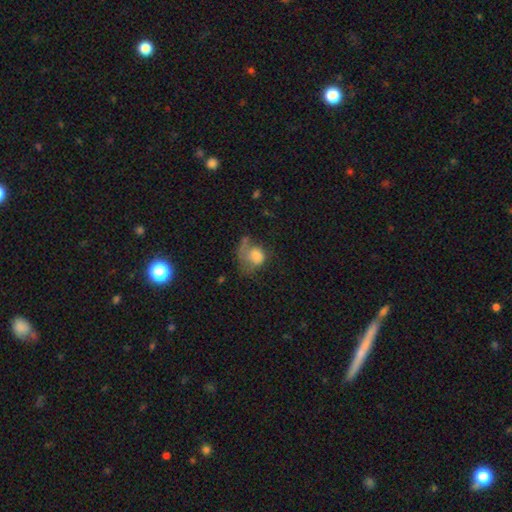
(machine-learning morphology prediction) type=smooth (63%); roundness=round (52%); merging=major disturbance (49%).